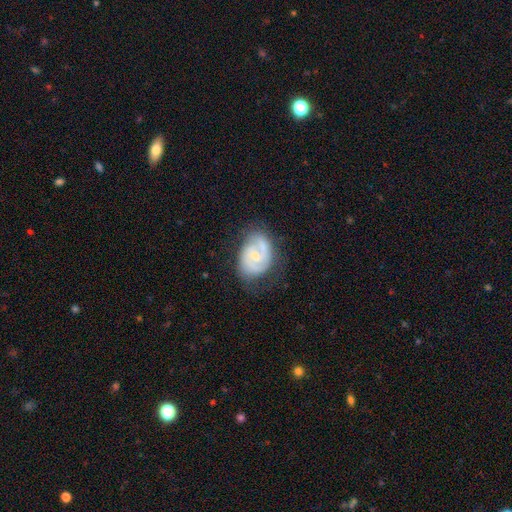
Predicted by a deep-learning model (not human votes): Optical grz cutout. It shows a featured or disk galaxy (76%) with a weak bar (48%), 2 (69%) tight (43%, tied with medium) spiral arms (88%) and a small central bulge (51%). Merging: none (66%).